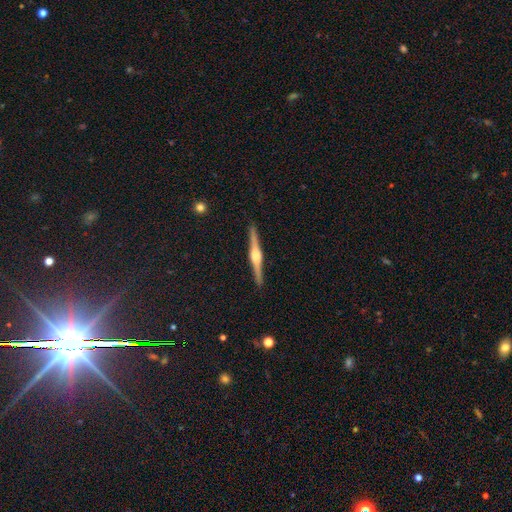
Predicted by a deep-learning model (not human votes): smooth_or_featured: featured or disk (p=0.83) [alt: smooth p=0.12]
disk_edge_on: yes (p=0.99) [alt: no p=0.01]
edge_on_bulge: rounded (p=0.87) [alt: boxy p=0.10]
merging: none (p=0.92) [alt: minor disturbance p=0.05]